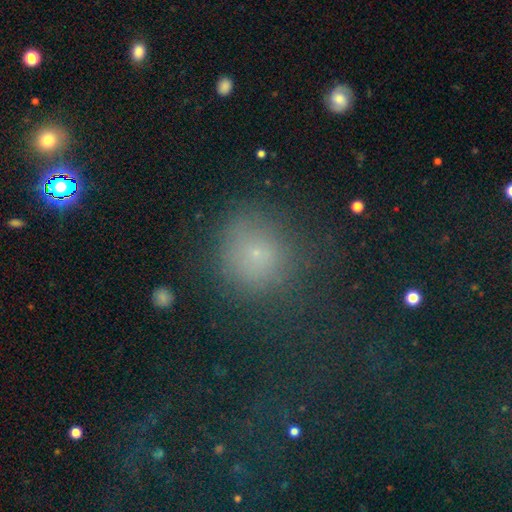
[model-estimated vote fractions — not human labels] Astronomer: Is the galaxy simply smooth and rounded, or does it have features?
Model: smooth — 66%.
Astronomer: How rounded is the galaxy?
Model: round — 86%.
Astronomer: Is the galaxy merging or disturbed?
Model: none — 73%.